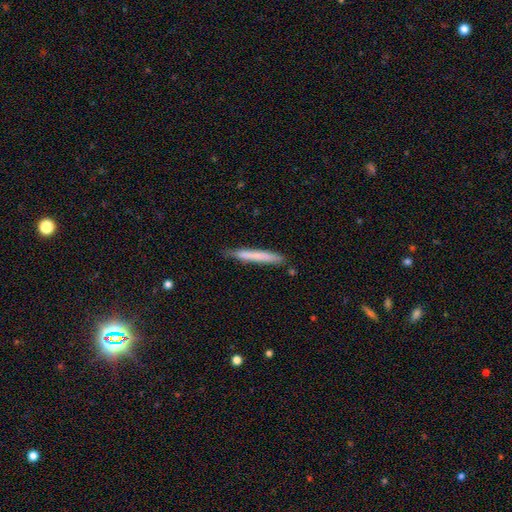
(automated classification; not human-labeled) A smooth galaxy with no disk features (71%) that is cigar-shaped (96%).

Vote fractions:
- Smooth or featured? smooth: 71% / featured or disk: 23% / star or artifact: 6%
- How rounded? cigar-shaped: 96% / in between: 3% / round: 1%
- Merging? none: 81% / minor disturbance: 15% / major disturbance: 2% / merger: 2%